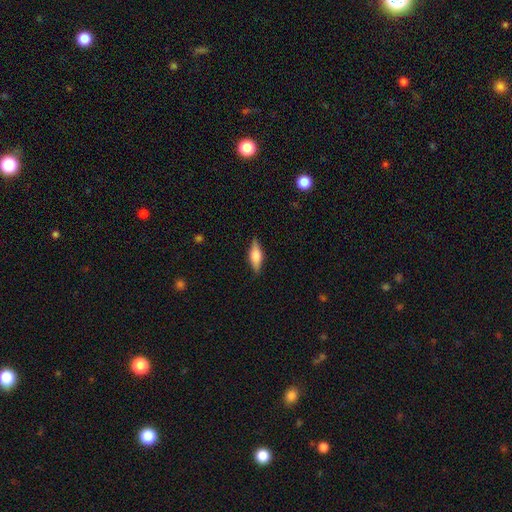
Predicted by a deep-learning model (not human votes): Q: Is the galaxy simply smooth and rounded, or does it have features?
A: smooth — 60%.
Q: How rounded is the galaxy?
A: in between — 63%.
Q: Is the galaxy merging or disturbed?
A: none — 85%.